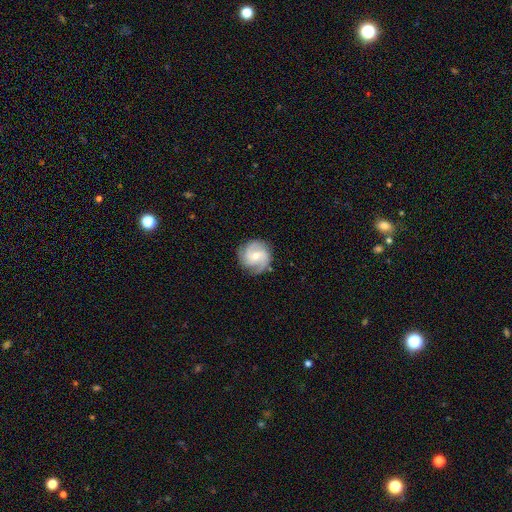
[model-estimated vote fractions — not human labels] Smooth or featured? featured or disk (80%)
Edge-on disk? no (98%)
Bar? no (52%)
Spiral arms? yes (97%)
Spiral winding? medium (47%)
Spiral arm count? 3 (41%)
Bulge size? small (50%)
Merging? none (82%)